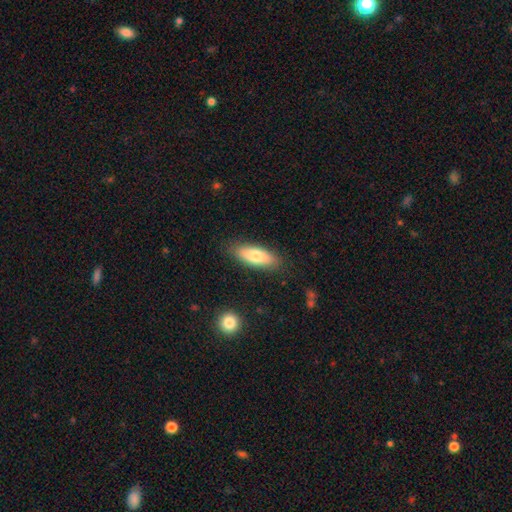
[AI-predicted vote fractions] smooth-or-featured: smooth: 75% | featured or disk: 18% | star or artifact: 6%
  how-rounded: in between: 73% | cigar-shaped: 25% | round: 2%
  merging: none: 85% | minor disturbance: 11% | major disturbance: 2% | merger: 1%